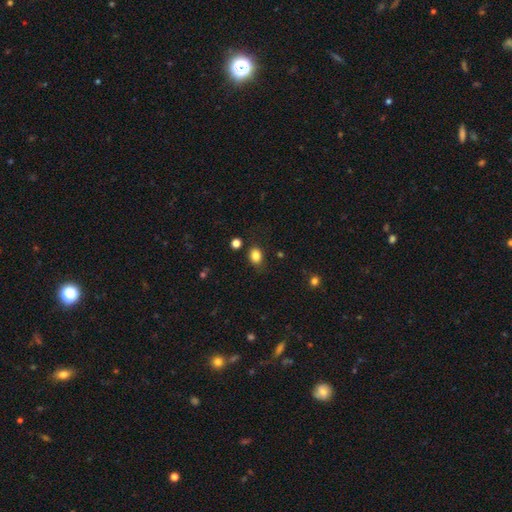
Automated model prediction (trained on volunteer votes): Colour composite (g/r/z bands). It shows a smooth galaxy with no disk features (83%) that is in between round and cigar-shaped (59%). Merging: none (79%).